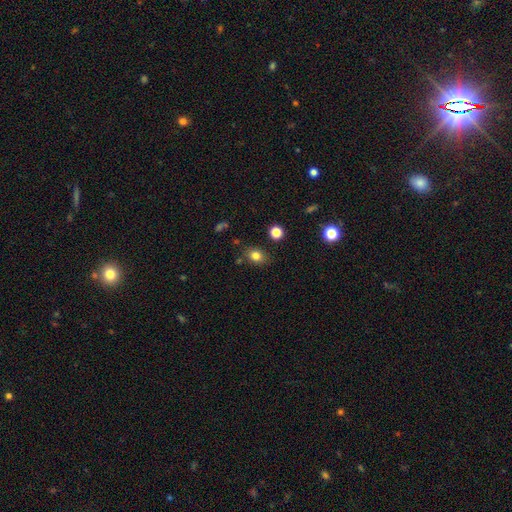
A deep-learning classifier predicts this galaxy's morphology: Q: Smooth or featured?
A: smooth (81%); runner-up: star or artifact (12%)
Q: How rounded?
A: in between (57%); runner-up: round (41%)
Q: Merging?
A: none (81%); runner-up: minor disturbance (13%)